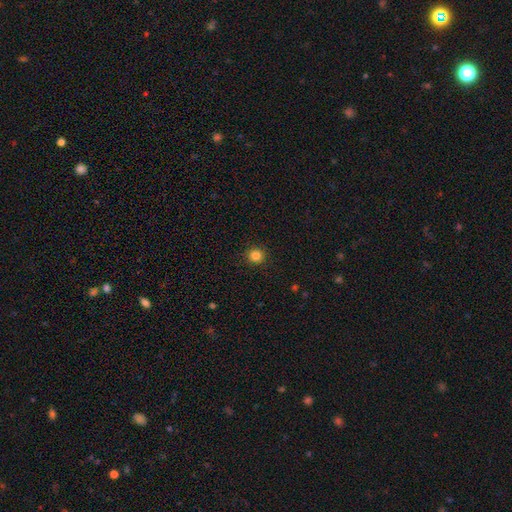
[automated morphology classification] Smooth or featured? smooth (84%)
How rounded? round (93%)
Merging? none (91%)